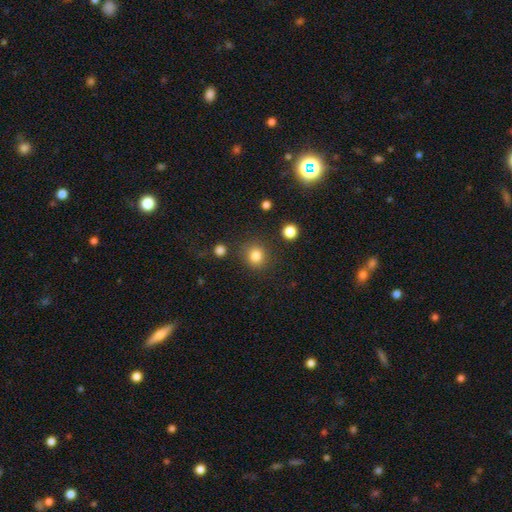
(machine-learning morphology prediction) This is clearly a smooth galaxy (83%). How rounded: clearly round (88%). Merging: clearly none (85%).